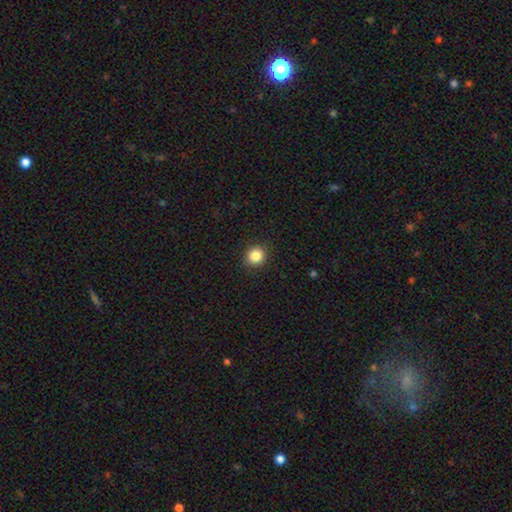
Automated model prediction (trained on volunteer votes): The model was most divided on "smooth or featured": smooth: 85%, star or artifact: 11%, featured or disk: 4%. More confident: merging — none (91%); how rounded — round (88%).